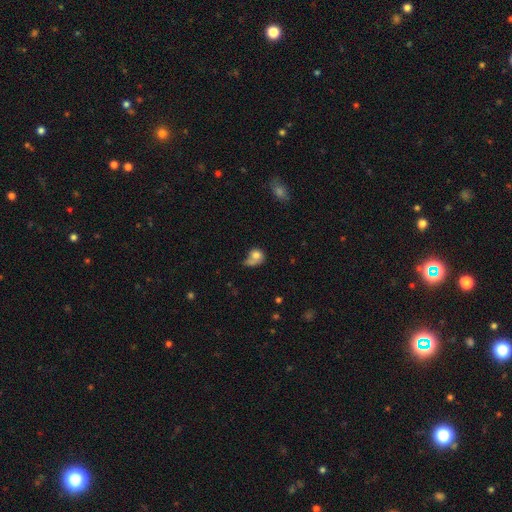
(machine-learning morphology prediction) smooth 72%, featured or disk 18%, star or artifact 10%. Down the decision tree: how rounded — round (61%); merging — none (28%).